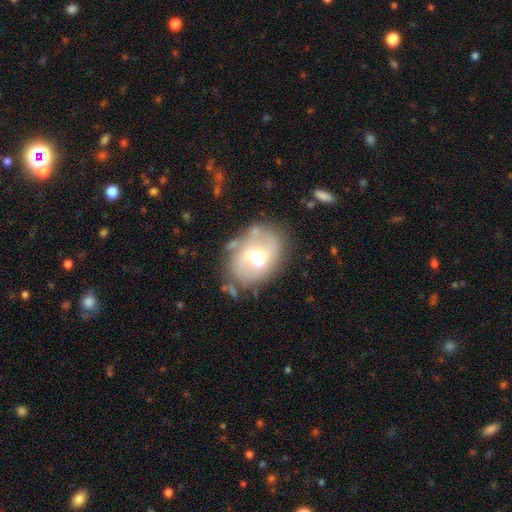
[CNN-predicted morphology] The model was most divided on "bar": weak: 44%, no: 40%, strong: 16%. More confident: edge-on disk — no (95%); bulge size — moderate (68%); merging — none (59%); smooth or featured — featured or disk (56%); spiral arms — no (55%).